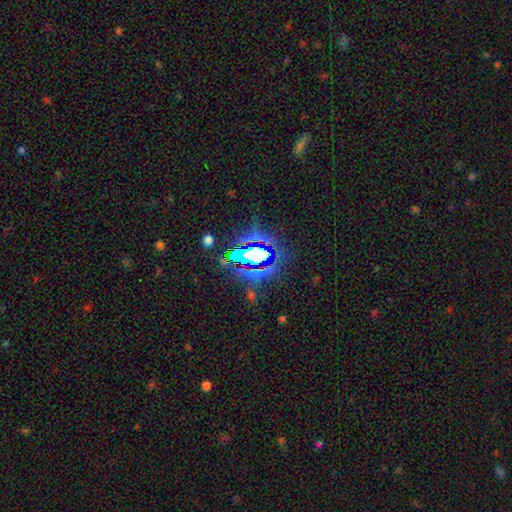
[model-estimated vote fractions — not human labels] Q: Smooth or featured?
A: star or artifact (71%); runner-up: smooth (17%)